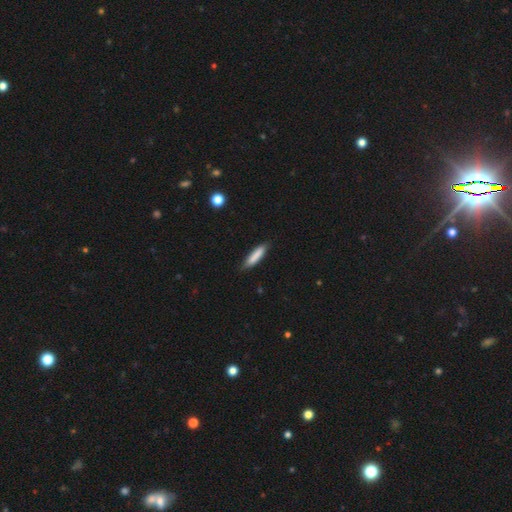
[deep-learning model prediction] Smooth or featured? smooth (83%)
How rounded? cigar-shaped (81%)
Merging? none (83%)